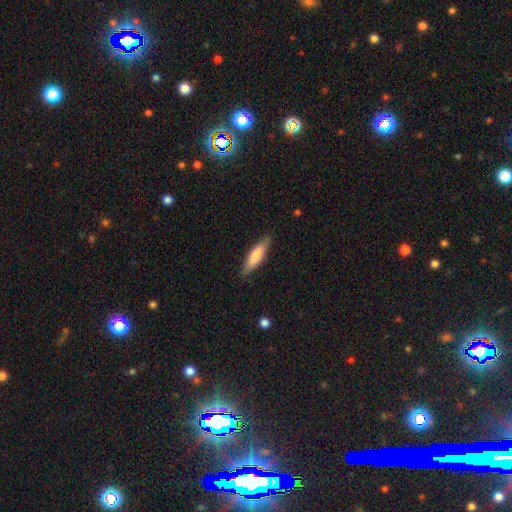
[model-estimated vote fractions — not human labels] Overall: smooth (74%). How rounded: cigar-shaped (67%; in between 32%). Merging: none (85%).